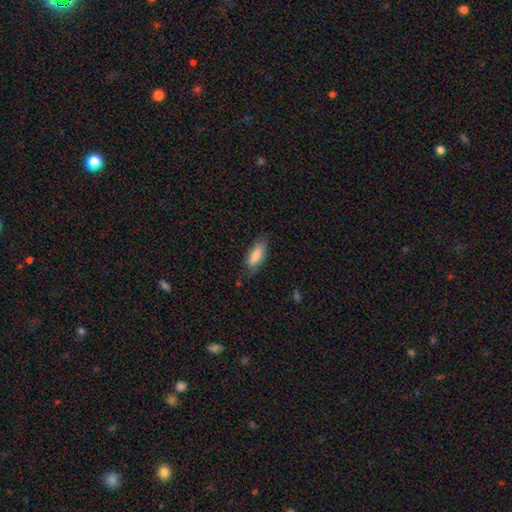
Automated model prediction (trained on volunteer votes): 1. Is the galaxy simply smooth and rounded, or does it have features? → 80% smooth, 14% featured or disk, 6% star or artifact.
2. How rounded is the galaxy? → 65% in between, 34% cigar-shaped, 2% round.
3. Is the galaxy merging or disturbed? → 76% none, 19% minor disturbance, 4% major disturbance, 1% merger.